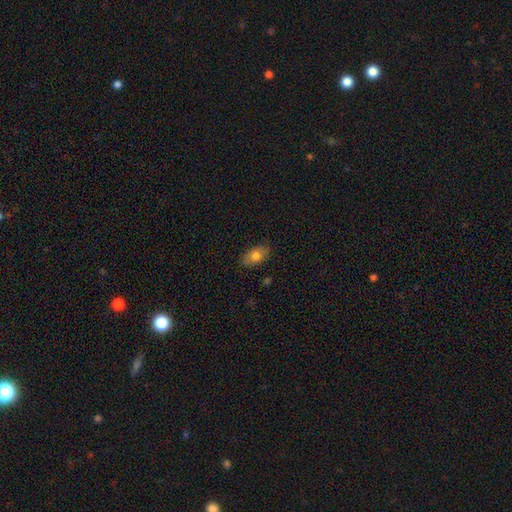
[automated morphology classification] smooth_or_featured: smooth (p=0.77) [alt: featured or disk p=0.15]
how_rounded: in between (p=0.91) [alt: round p=0.07]
merging: none (p=0.86) [alt: minor disturbance p=0.11]